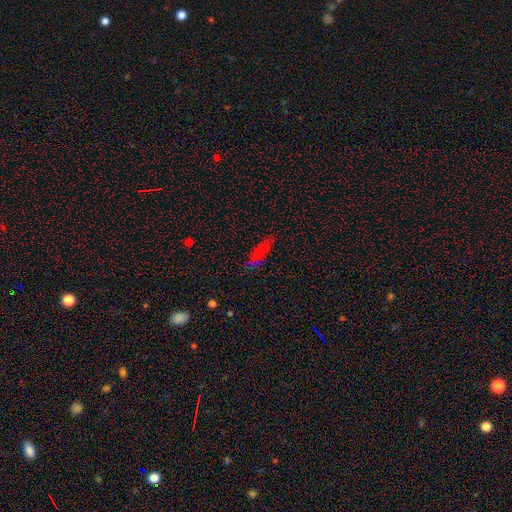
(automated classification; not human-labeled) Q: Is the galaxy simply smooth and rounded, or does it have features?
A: smooth — 65%.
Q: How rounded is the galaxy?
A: cigar-shaped — 57%.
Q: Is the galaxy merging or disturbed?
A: none — 78%.